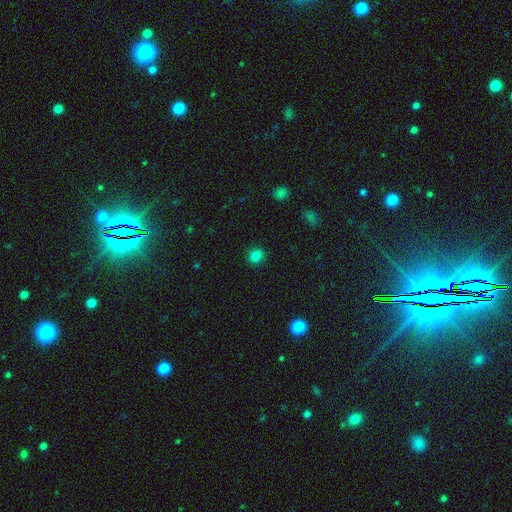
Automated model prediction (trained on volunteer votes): Morphology: type=smooth (83%); roundness=round (83%); merging=none (91%).